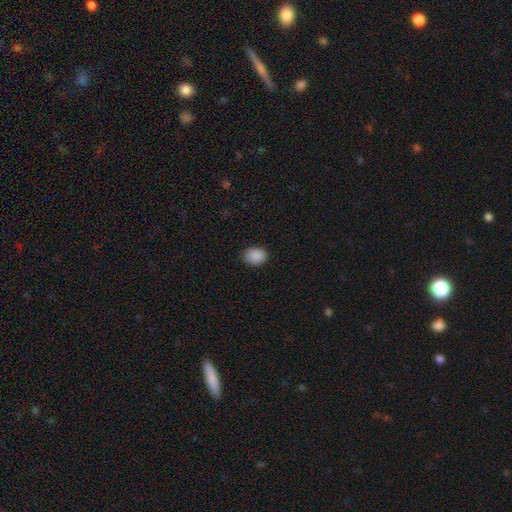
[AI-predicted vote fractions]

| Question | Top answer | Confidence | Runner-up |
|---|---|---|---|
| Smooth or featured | smooth | 89% | star or artifact (8%) |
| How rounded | in between | 55% | round (44%) |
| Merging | none | 86% | minor disturbance (11%) |